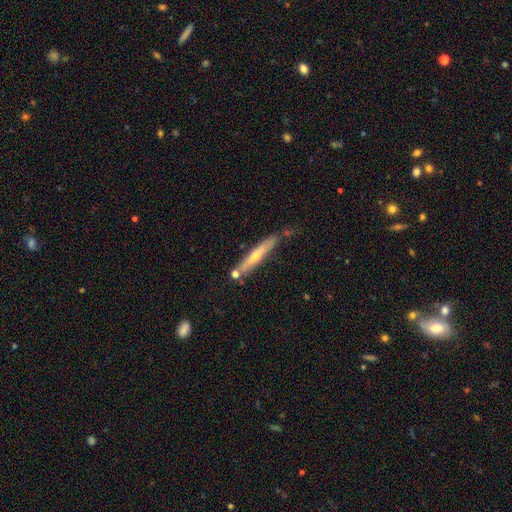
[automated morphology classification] Smooth or featured?
  - featured or disk: 62% *
  - smooth: 31%
  - star or artifact: 7%
Edge-on disk?
  - yes: 91% *
  - no: 9%
Edge-on bulge?
  - rounded: 76% *
  - none: 21%
  - boxy: 4%
Merging?
  - none: 69% *
  - minor disturbance: 20%
  - merger: 7%
  - major disturbance: 4%